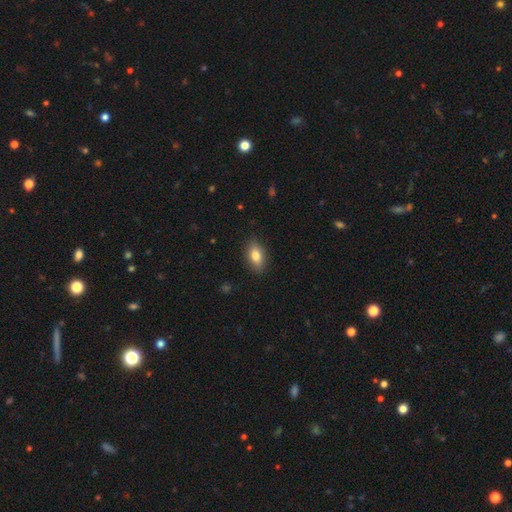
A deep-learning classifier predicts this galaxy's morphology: smooth-or-featured: smooth: 78% | featured or disk: 15% | star or artifact: 8%
  how-rounded: in between: 86% | round: 7% | cigar-shaped: 7%
  merging: none: 86% | minor disturbance: 10% | major disturbance: 2% | merger: 1%